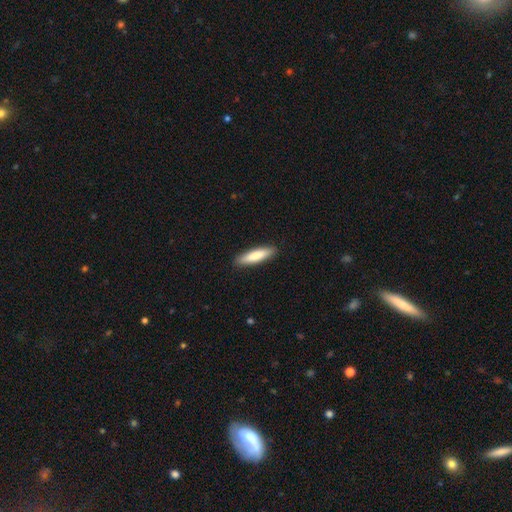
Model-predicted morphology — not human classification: smooth_or_featured: smooth (p=0.81) [alt: featured or disk p=0.14]
how_rounded: cigar-shaped (p=0.75) [alt: in between p=0.23]
merging: none (p=0.90) [alt: minor disturbance p=0.08]